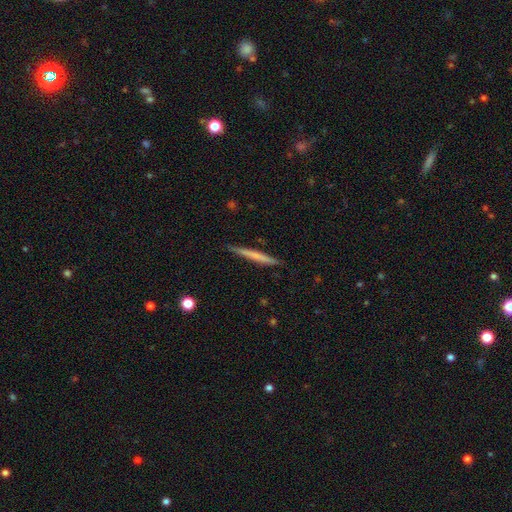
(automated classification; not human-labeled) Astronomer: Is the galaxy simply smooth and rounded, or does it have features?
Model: smooth — 57% (runner-up: featured or disk, 37%).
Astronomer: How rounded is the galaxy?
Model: cigar-shaped — 97%.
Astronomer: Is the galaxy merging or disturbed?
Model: none — 88%.